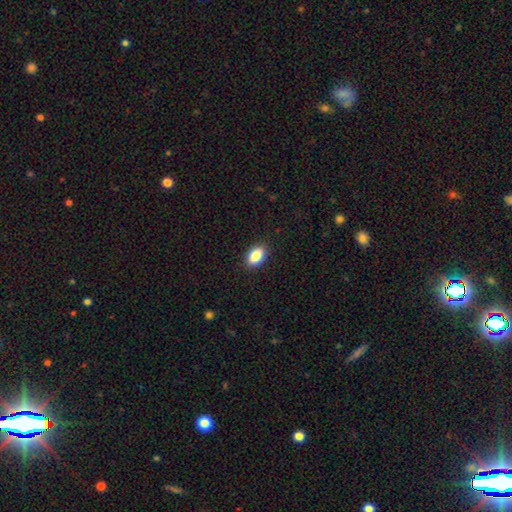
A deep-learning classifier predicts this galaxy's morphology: Smooth or featured? Predicted: smooth (p=0.86). How rounded? Predicted: in between (p=0.89). Merging? Predicted: none (p=0.88).